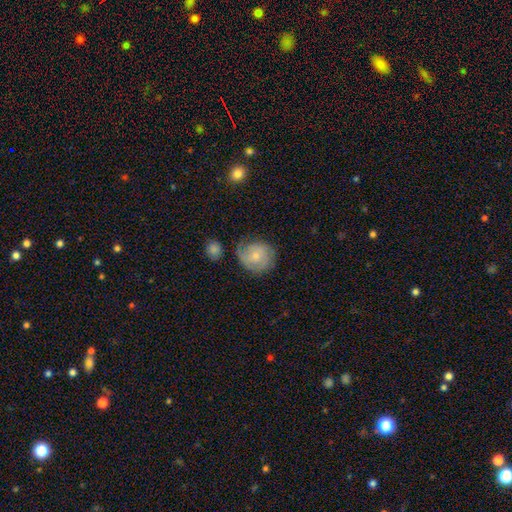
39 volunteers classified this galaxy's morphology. type=featured or disk (54%); edge-on=no (100%); bar=no (90%); spiral arms=yes (76%); winding=tight (75%); arm count=can't tell (44%); bulge=moderate (48%); merging=none (83%).